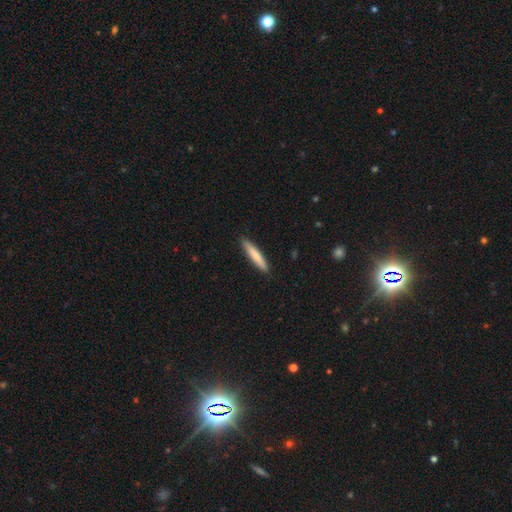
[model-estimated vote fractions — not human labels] Q: Smooth or featured?
A: smooth (77%); runner-up: featured or disk (18%)
Q: How rounded?
A: cigar-shaped (91%); runner-up: in between (8%)
Q: Merging?
A: none (90%); runner-up: minor disturbance (7%)